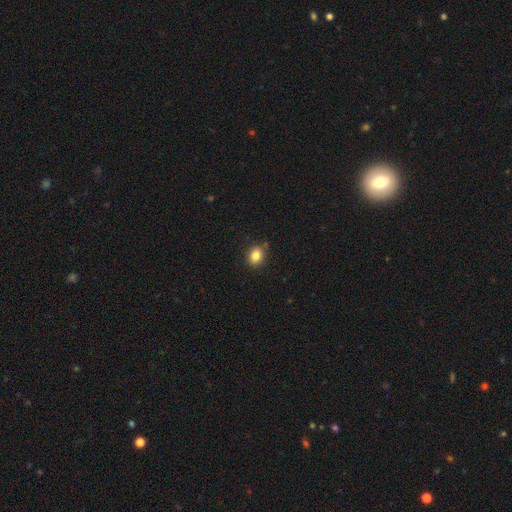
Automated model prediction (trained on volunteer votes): The model was most divided on "how rounded": round: 52%, in between: 47%, cigar-shaped: 1%. More confident: smooth or featured — smooth (83%); merging — none (81%).